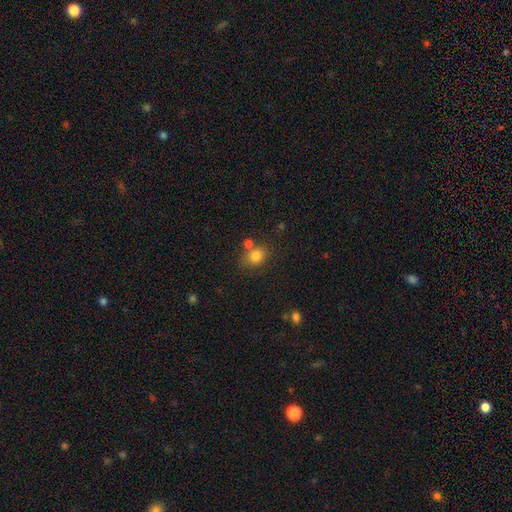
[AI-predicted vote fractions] smooth_or_featured: smooth (p=0.80) [alt: star or artifact p=0.12]
how_rounded: round (p=0.52) [alt: in between p=0.47]
merging: none (p=0.62) [alt: merger p=0.19]